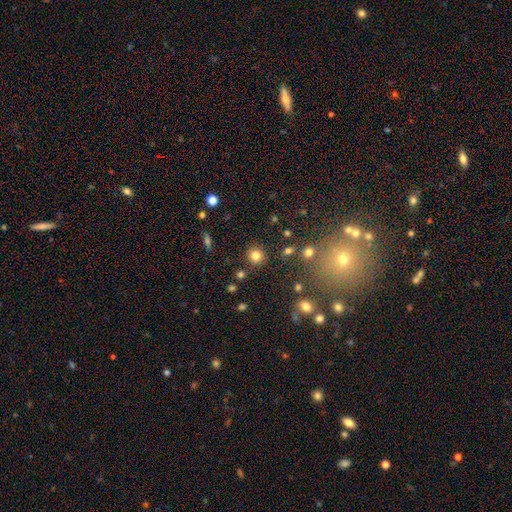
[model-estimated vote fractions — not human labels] Smooth or featured? Predicted: smooth (p=0.81). How rounded? Predicted: round (p=0.91). Merging? Predicted: none (p=0.87).